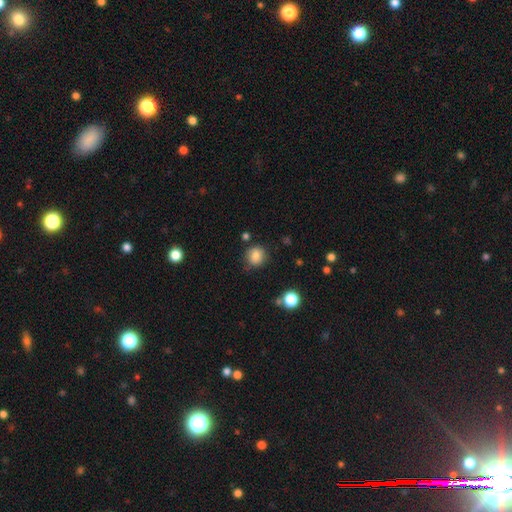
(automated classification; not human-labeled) Smooth or featured? smooth (83%)
How rounded? round (85%)
Merging? none (80%)